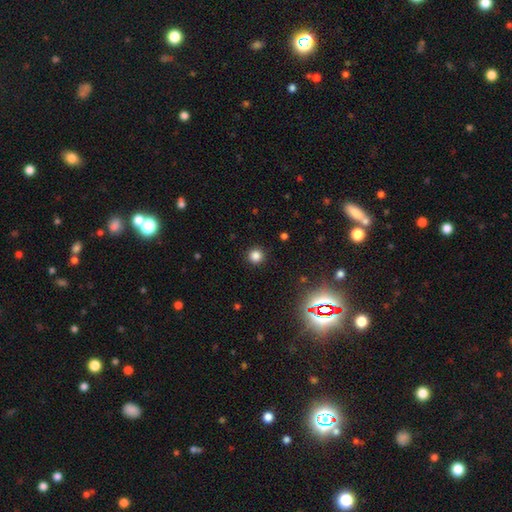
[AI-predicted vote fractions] smooth 82%, star or artifact 14%, featured or disk 4%. Down the decision tree: how rounded — round (94%); merging — none (92%).